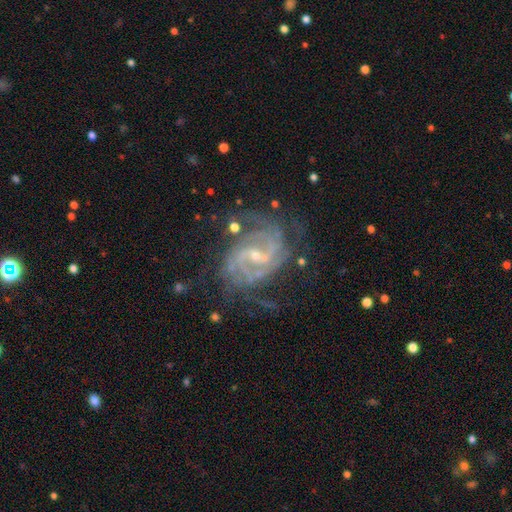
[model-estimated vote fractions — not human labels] Smooth or featured? Predicted: featured or disk (p=0.90). Edge-on disk? Predicted: no (p=0.98). Bar? Predicted: weak (p=0.53). Spiral arms? Predicted: yes (p=0.98). Spiral winding? Predicted: tight (p=0.45). Spiral arm count? Predicted: 2 (p=0.46). Bulge size? Predicted: small (p=0.70). Merging? Predicted: none (p=0.64).